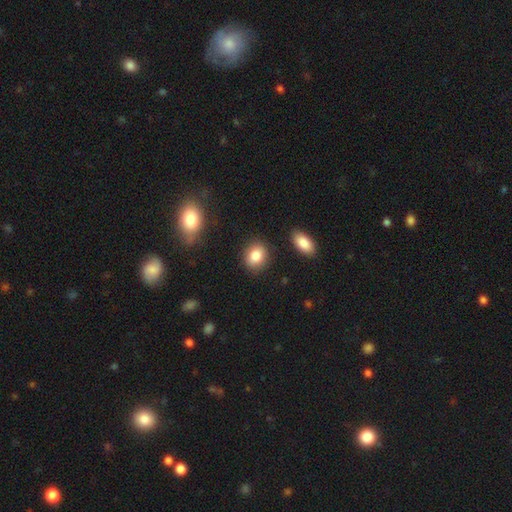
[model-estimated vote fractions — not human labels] This is clearly a smooth galaxy (85%). How rounded: possibly in between (53%). Merging: clearly none (85%).